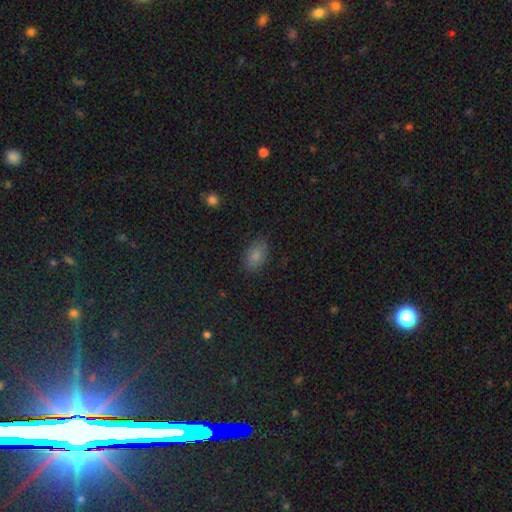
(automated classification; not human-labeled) Q: Smooth or featured?
A: smooth (83%); runner-up: star or artifact (10%)
Q: How rounded?
A: in between (91%); runner-up: round (7%)
Q: Merging?
A: none (83%); runner-up: minor disturbance (13%)